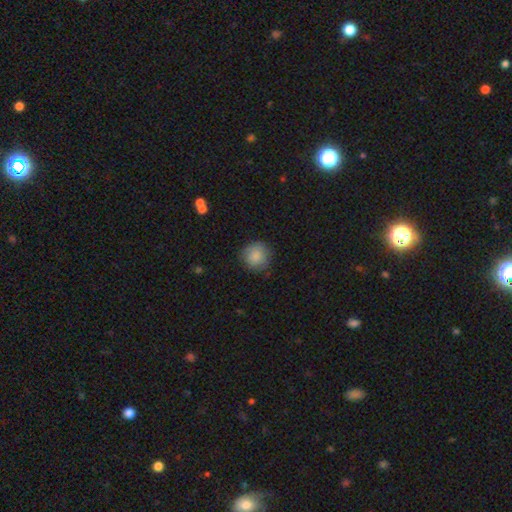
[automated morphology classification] A smooth galaxy with no disk features (87%) that is round (93%).

Vote fractions:
- Smooth or featured? smooth: 87% / star or artifact: 8% / featured or disk: 6%
- How rounded? round: 93% / in between: 6% / cigar-shaped: 1%
- Merging? none: 83% / minor disturbance: 12% / major disturbance: 3% / merger: 1%